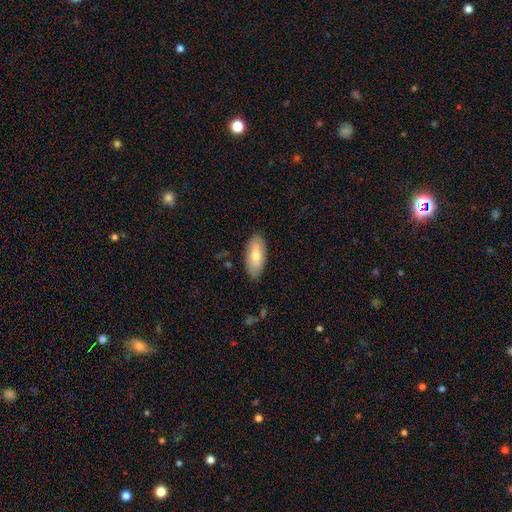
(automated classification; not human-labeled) smooth-or-featured: smooth: 68% | featured or disk: 27% | star or artifact: 6%
  how-rounded: in between: 89% | cigar-shaped: 9% | round: 2%
  merging: none: 85% | minor disturbance: 11% | major disturbance: 2% | merger: 1%